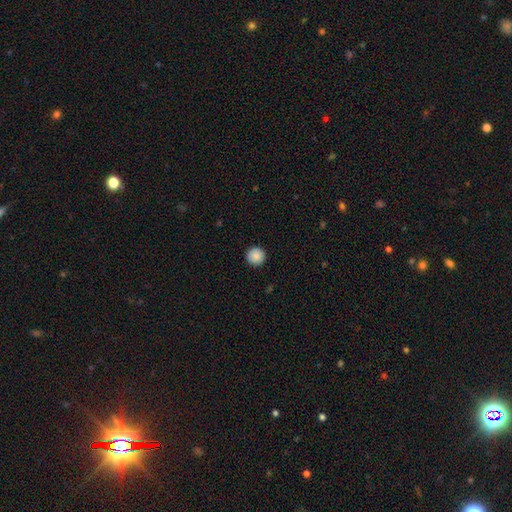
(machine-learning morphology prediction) smooth 88%, star or artifact 8%, featured or disk 5%. Down the decision tree: how rounded — round (95%); merging — none (91%).